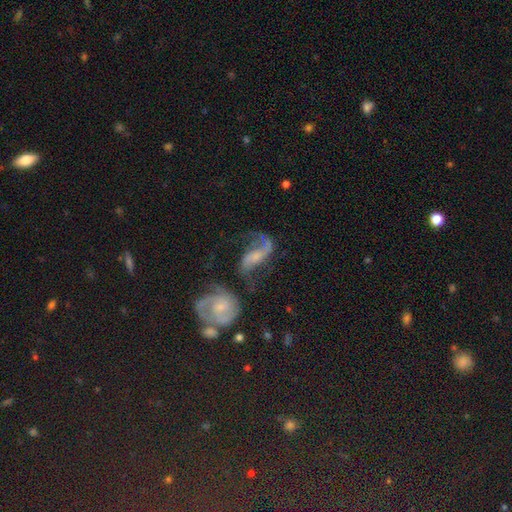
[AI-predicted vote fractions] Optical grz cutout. It shows a featured or disk galaxy (82%) with a weak bar (42%), 2 (86%) loose (64%) spiral arms (94%) and a small central bulge (41%). Merging: none (41%).